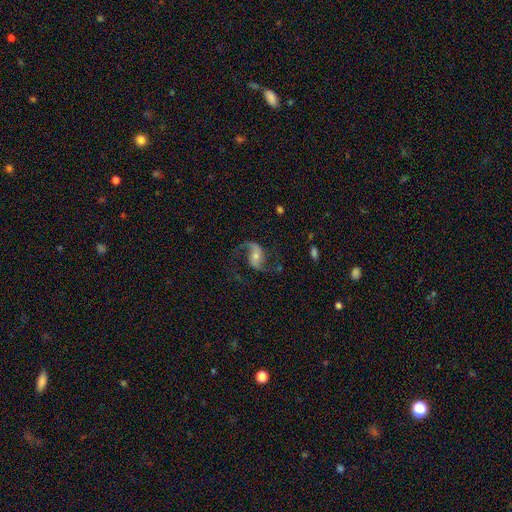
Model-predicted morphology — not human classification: This appears to be a featured or disk galaxy (84%) with no bar (41%), 2 (88%) loose (67%) spiral arms (95%) and a moderate central bulge (49%). Merging: none (67%).